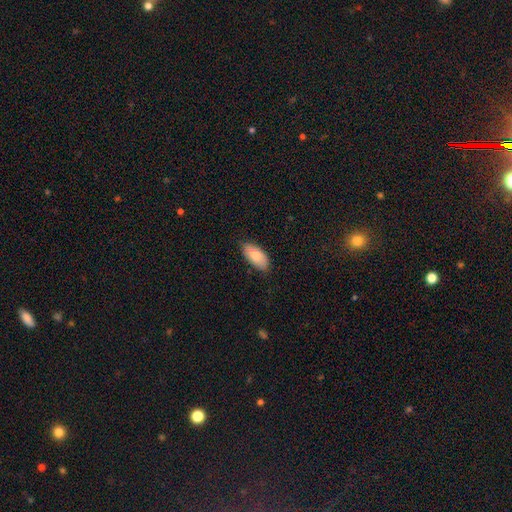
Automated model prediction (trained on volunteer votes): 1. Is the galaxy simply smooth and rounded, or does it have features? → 81% smooth, 13% featured or disk, 6% star or artifact.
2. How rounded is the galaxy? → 93% in between, 4% cigar-shaped, 2% round.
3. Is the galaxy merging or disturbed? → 80% none, 16% minor disturbance, 2% major disturbance, 1% merger.